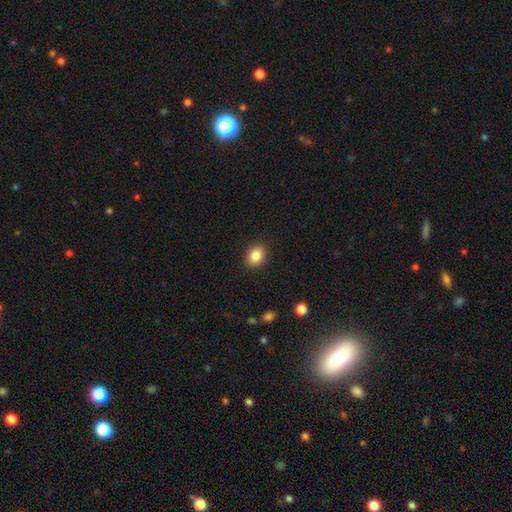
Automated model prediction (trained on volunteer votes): smooth_or_featured: smooth (p=0.86) [alt: star or artifact p=0.09]
how_rounded: in between (p=0.59) [alt: round p=0.40]
merging: none (p=0.90) [alt: minor disturbance p=0.07]